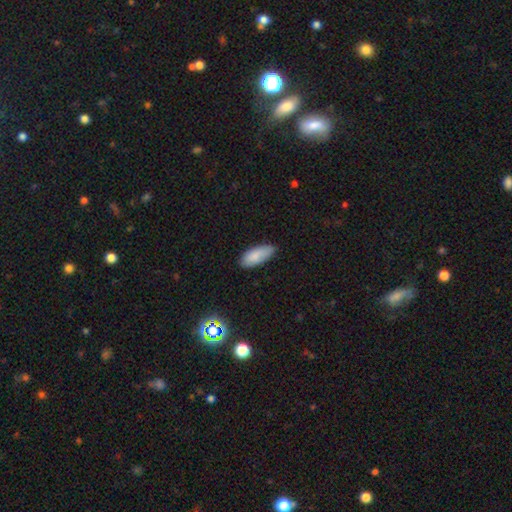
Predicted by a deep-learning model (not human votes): This appears to be a smooth galaxy with no disk features (87%) that is in between round and cigar-shaped (85%). Merging: none (76%).